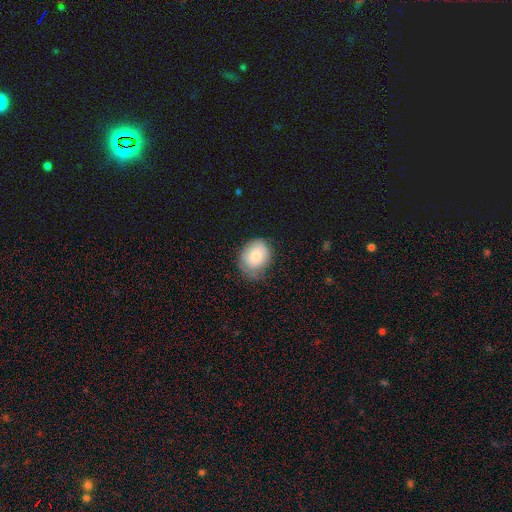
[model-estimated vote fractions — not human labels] Overall: smooth (77%). How rounded: in between (51%; round 48%). Merging: none (62%; minor disturbance 30%).